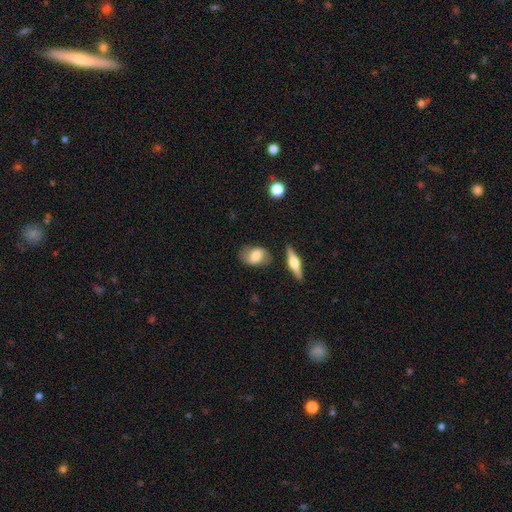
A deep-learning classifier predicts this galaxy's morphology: This is likely a smooth galaxy (62%). How rounded: clearly in between (80%). Merging: likely none (73%).